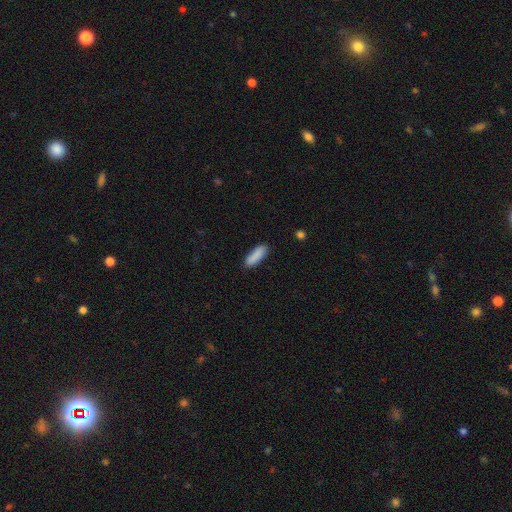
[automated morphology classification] This appears to be a smooth galaxy with no disk features (89%) that is in between round and cigar-shaped (53%). Merging: none (85%).